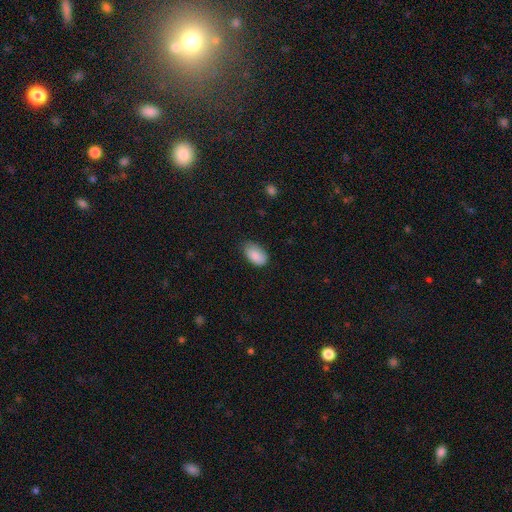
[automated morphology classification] Smooth or featured: smooth — 87% (star or artifact — 7%)
How rounded: in between — 93% (round — 5%)
Merging: none — 72% (minor disturbance — 23%)